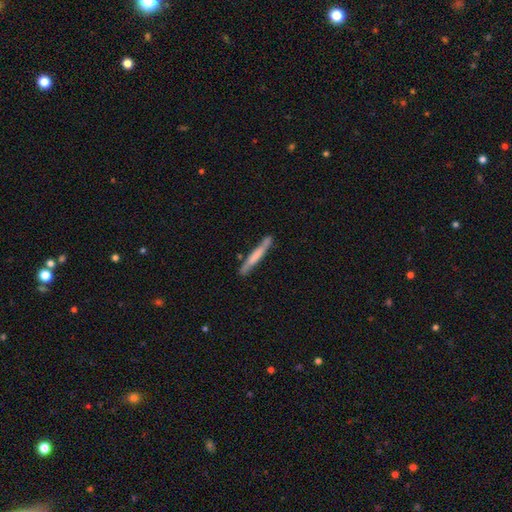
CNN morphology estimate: smooth_or_featured: smooth (p=0.57) [alt: featured or disk p=0.38]
how_rounded: cigar-shaped (p=0.96) [alt: in between p=0.03]
merging: none (p=0.77) [alt: minor disturbance p=0.15]